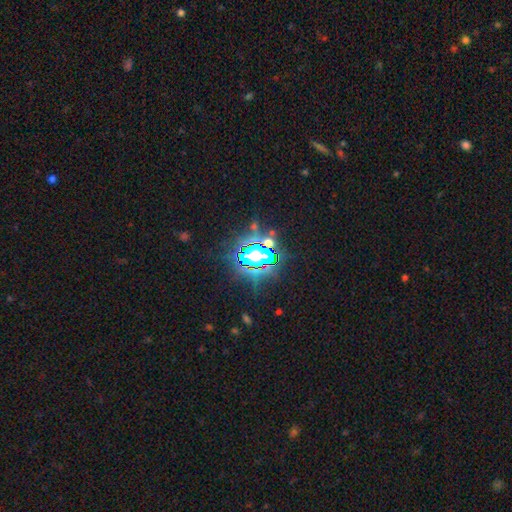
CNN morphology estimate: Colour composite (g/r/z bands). It shows a star or artifact, not a galaxy (81%).